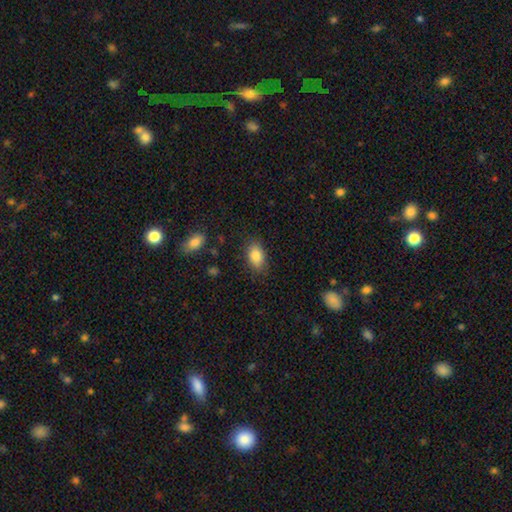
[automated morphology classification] Smooth or featured?
  - smooth: 85% *
  - featured or disk: 8%
  - star or artifact: 8%
How rounded?
  - in between: 89% *
  - round: 9%
  - cigar-shaped: 2%
Merging?
  - none: 83% *
  - minor disturbance: 13%
  - major disturbance: 3%
  - merger: 1%